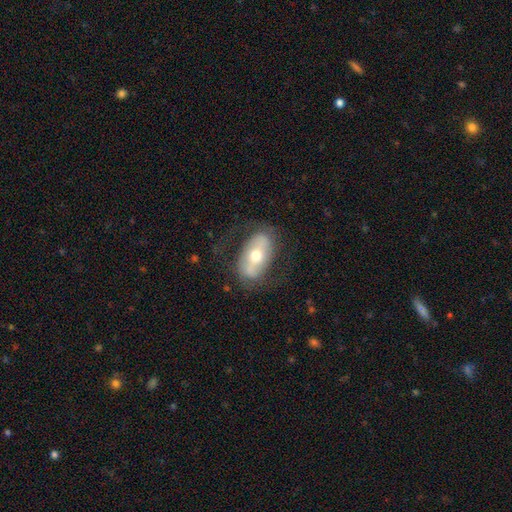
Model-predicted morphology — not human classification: smooth-or-featured: featured or disk: 56% | smooth: 38% | star or artifact: 7%
  disk-edge-on: no: 88% | yes: 12%
  merging: none: 70% | minor disturbance: 17% | major disturbance: 12% | merger: 1%